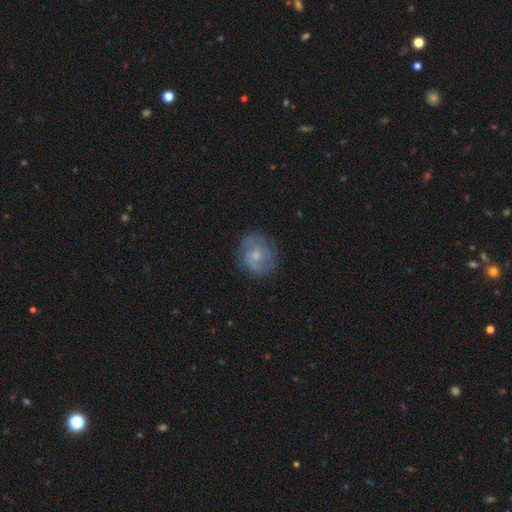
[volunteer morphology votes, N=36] Smooth or featured? featured or disk (72%)
Edge-on disk? no (100%)
Bar? no (73%)
Spiral arms? yes (96%)
Spiral winding? tight (68%)
Spiral arm count? 2 (52%)
Bulge size? moderate (54%)
Merging? none (91%)